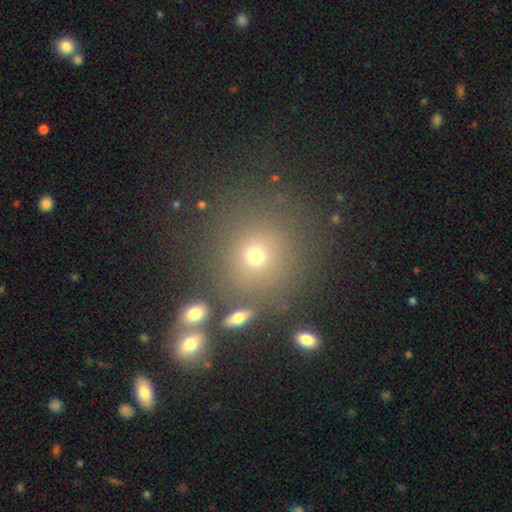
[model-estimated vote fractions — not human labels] Q: Smooth or featured?
A: smooth (70%); runner-up: star or artifact (19%)
Q: How rounded?
A: round (87%); runner-up: in between (12%)
Q: Merging?
A: none (78%); runner-up: minor disturbance (10%)